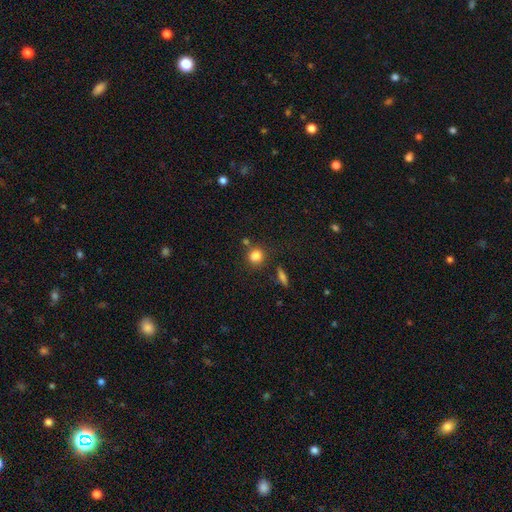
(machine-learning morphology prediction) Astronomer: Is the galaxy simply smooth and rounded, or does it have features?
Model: smooth — 83%.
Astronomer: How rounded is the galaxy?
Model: round — 82%.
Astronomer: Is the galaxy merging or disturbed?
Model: none — 74%.